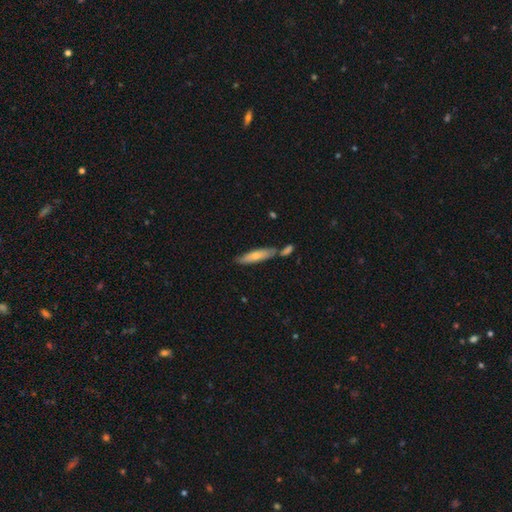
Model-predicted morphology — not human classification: This is likely a smooth galaxy (65%). How rounded: likely cigar-shaped (71%). Merging: likely none (62%).